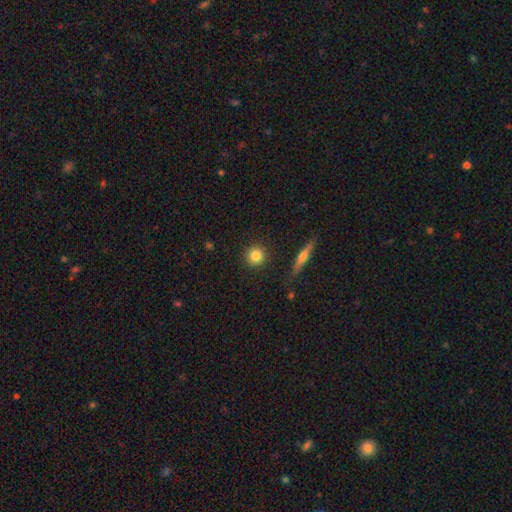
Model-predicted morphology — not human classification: smooth_or_featured: smooth (p=0.82) [alt: featured or disk p=0.09]
how_rounded: round (p=0.93) [alt: in between p=0.05]
merging: none (p=0.89) [alt: minor disturbance p=0.06]